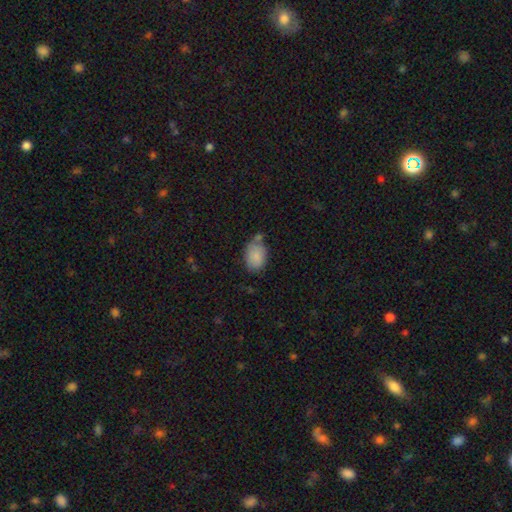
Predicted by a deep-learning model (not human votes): Smooth or featured? smooth (86%)
How rounded? in between (84%)
Merging? none (57%)